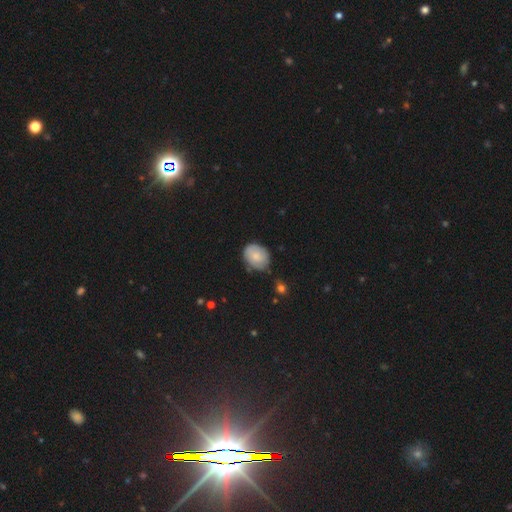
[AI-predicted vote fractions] Q: Smooth or featured?
A: smooth (76%); runner-up: featured or disk (17%)
Q: How rounded?
A: in between (54%); runner-up: round (45%)
Q: Merging?
A: none (62%); runner-up: minor disturbance (30%)